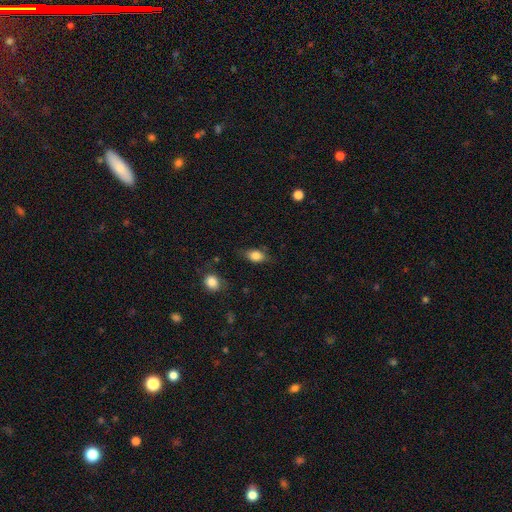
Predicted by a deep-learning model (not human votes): Overall: smooth (81%). How rounded: in between (82%). Merging: none (70%).